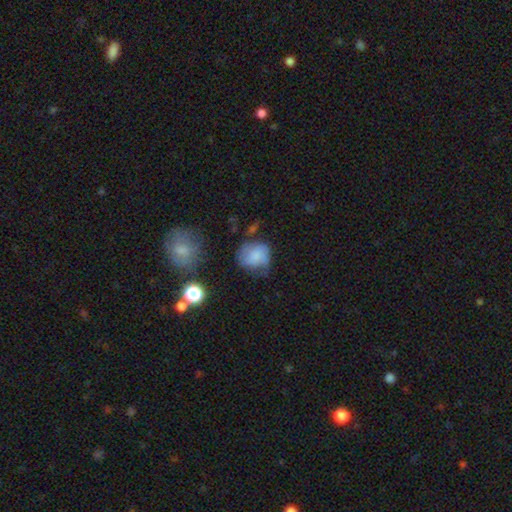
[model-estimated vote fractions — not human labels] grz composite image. It shows a smooth galaxy with no disk features (68%) that is round (67%). Merging: none (45%).